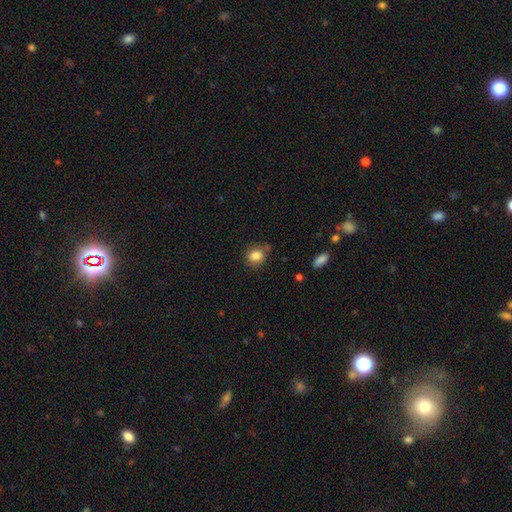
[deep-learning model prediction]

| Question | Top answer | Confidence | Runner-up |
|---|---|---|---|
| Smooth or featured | smooth | 84% | star or artifact (9%) |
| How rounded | round | 68% | in between (31%) |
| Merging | none | 71% | minor disturbance (21%) |